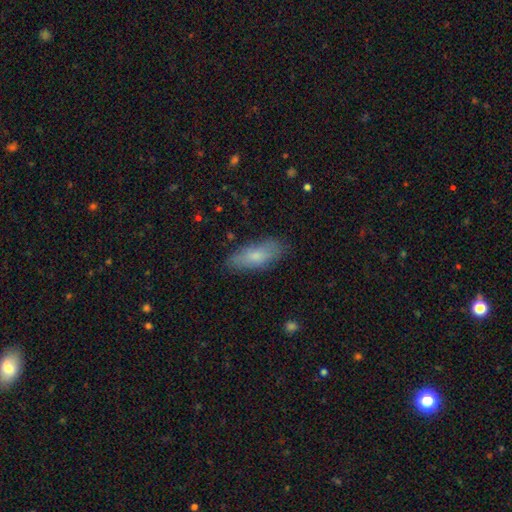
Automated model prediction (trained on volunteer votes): Morphology: type=smooth (77%); roundness=in between (73%); merging=none (80%).